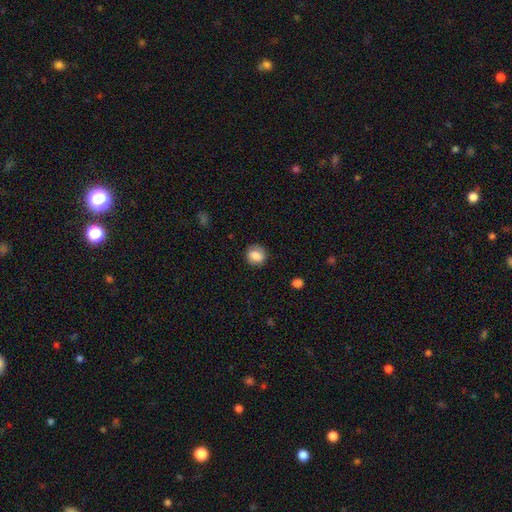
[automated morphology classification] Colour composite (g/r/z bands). It shows a smooth galaxy with no disk features (80%) that is round (77%). Merging: none (84%).